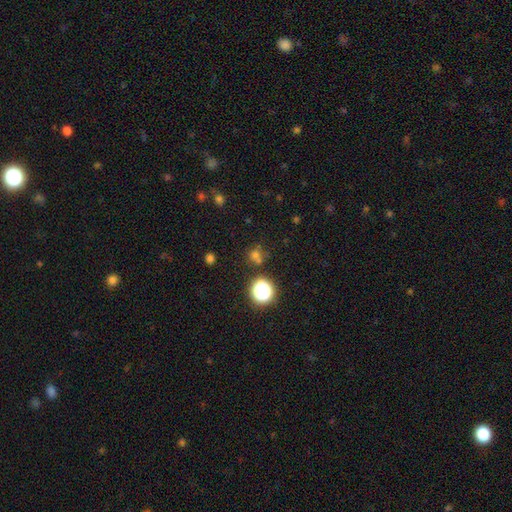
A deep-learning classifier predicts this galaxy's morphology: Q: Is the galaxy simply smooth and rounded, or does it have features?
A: smooth — 60%.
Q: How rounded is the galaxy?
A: round — 82%.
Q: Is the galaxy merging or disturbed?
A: none — 62%.